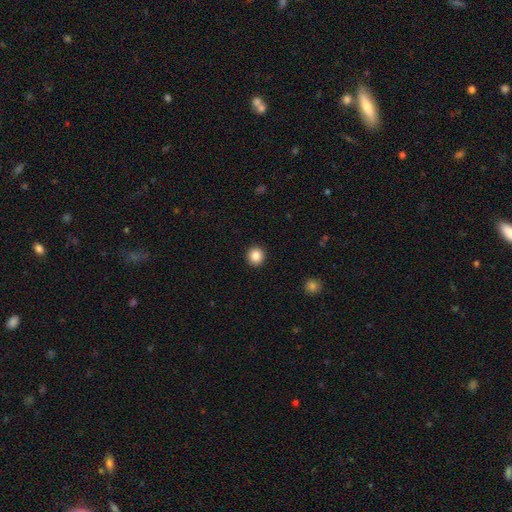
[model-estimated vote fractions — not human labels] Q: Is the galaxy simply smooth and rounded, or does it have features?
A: smooth — 86%.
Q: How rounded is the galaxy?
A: round — 92%.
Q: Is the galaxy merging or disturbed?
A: none — 93%.